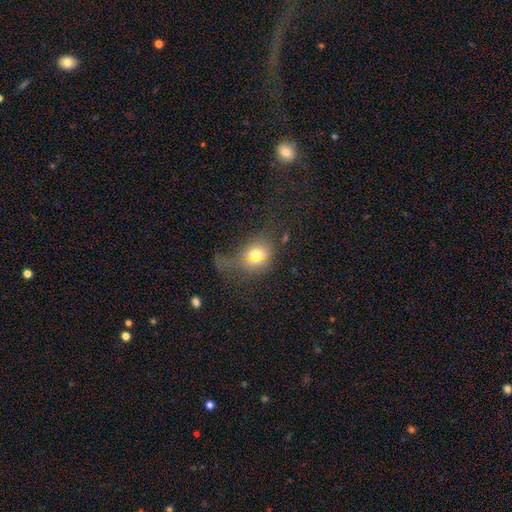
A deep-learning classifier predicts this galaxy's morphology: smooth 65%, featured or disk 19%, star or artifact 16%. Down the decision tree: how rounded — round (57%); merging — none (39%).